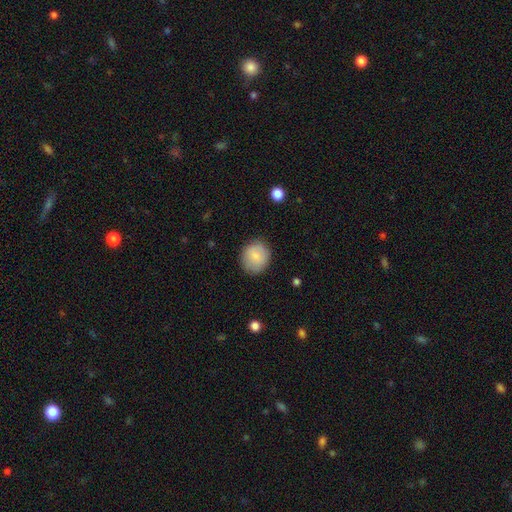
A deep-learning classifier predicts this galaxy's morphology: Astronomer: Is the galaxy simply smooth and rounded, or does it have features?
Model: smooth — 84%.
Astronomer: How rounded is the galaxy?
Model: round — 81%.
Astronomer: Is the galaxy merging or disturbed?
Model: none — 83%.